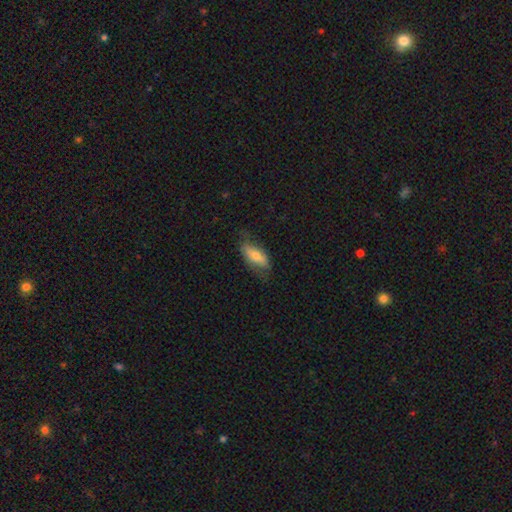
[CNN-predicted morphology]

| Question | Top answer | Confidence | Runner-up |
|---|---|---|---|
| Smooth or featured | smooth | 64% | featured or disk (29%) |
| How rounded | in between | 76% | cigar-shaped (21%) |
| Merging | none | 66% | minor disturbance (25%) |